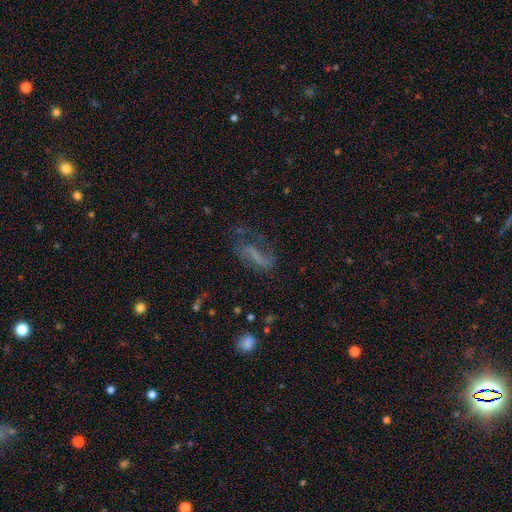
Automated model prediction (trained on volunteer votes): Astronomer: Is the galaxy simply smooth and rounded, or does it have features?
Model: featured or disk — 56%.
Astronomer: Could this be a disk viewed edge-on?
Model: no — 92%.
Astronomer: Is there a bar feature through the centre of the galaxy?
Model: strong — 35% (runner-up: no, 34%).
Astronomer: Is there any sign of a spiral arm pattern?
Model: yes — 73%.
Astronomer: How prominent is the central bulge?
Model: none — 66%.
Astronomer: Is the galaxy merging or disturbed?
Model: none — 46% (runner-up: major disturbance, 29%).